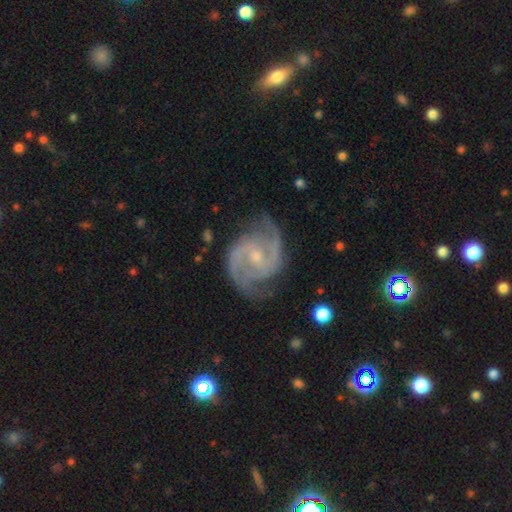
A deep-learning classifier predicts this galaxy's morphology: Q: Smooth or featured?
A: featured or disk (92%); runner-up: star or artifact (4%)
Q: Edge-on disk?
A: no (98%); runner-up: yes (2%)
Q: Bar?
A: weak (46%); runner-up: no (42%)
Q: Spiral arms?
A: yes (98%); runner-up: no (2%)
Q: Spiral winding?
A: medium (56%); runner-up: tight (33%)
Q: Spiral arm count?
A: 2 (86%); runner-up: 3 (6%)
Q: Bulge size?
A: small (62%); runner-up: moderate (32%)
Q: Merging?
A: none (77%); runner-up: minor disturbance (17%)